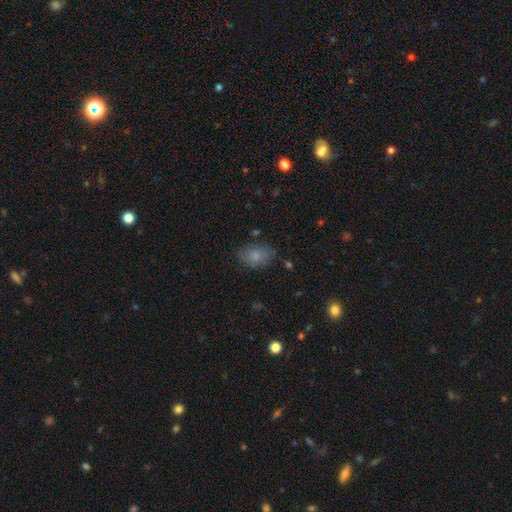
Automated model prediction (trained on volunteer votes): A smooth galaxy with no disk features (80%) that is in between round and cigar-shaped (82%). Merging: none (76%).